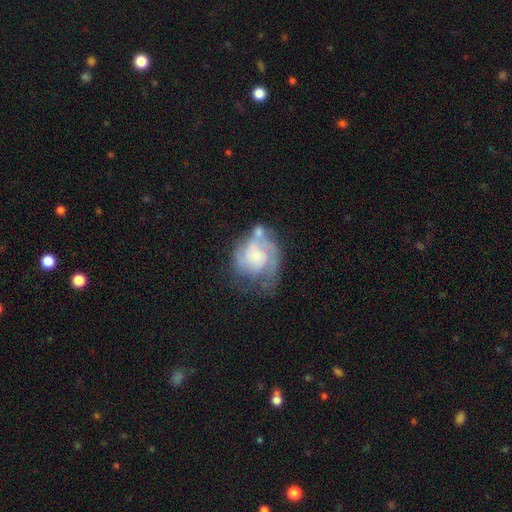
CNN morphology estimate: The model was most divided on "spiral arm count": can't tell: 33%, 2: 31%, 3: 16%, 1: 12%, 4: 4%, more than 4: 4%. Remaining: edge-on disk — no (98%); spiral arms — yes (82%); bar — no (74%); smooth or featured — featured or disk (69%); spiral winding — tight (50%); merging — none (41%); bulge size — small (29%).